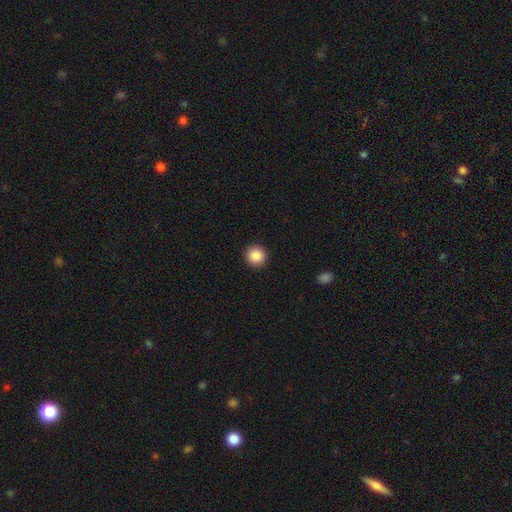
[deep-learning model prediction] The model was most divided on "smooth or featured": smooth: 88%, star or artifact: 9%, featured or disk: 3%. More confident: how rounded — round (95%); merging — none (93%).